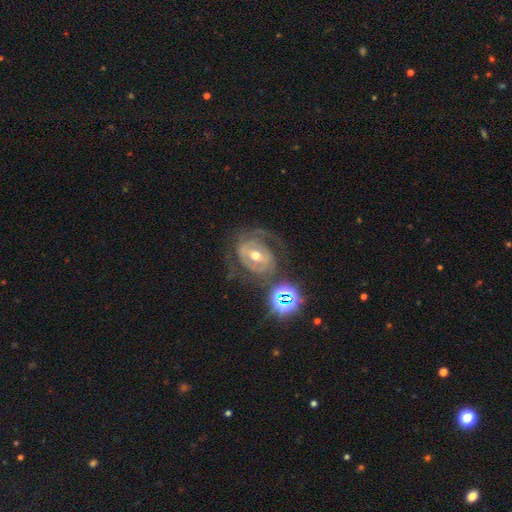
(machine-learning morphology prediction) featured or disk 78%, smooth 12%, star or artifact 10%. Down the decision tree: edge-on disk — no (96%); bar — weak (40%); spiral arms — yes (81%); spiral arm count — 2 (59%); spiral winding — tight (44%); bulge size — moderate (72%); merging — none (59%).